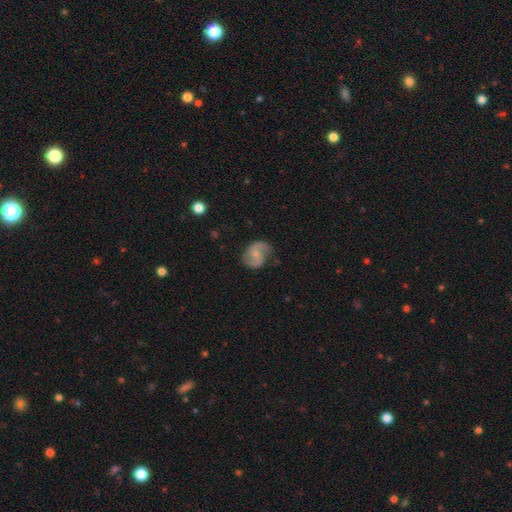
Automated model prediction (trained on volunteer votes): smooth-or-featured: featured or disk: 76% | smooth: 18% | star or artifact: 6%
  disk-edge-on: no: 98% | yes: 2%
    bar: weak: 48% | no: 41% | strong: 11%
    has-spiral-arms: yes: 94% | no: 6%
      spiral-winding: medium: 47% | loose: 38% | tight: 15%
      spiral-arm-count: 2: 89% | can't tell: 4% | 1: 4% | 3: 1% | 4: 1% | more than 4: 1%
    bulge-size: small: 54% | moderate: 27% | none: 16% | large: 2% | dominant: 1%
  merging: none: 72% | minor disturbance: 19% | major disturbance: 7% | merger: 1%